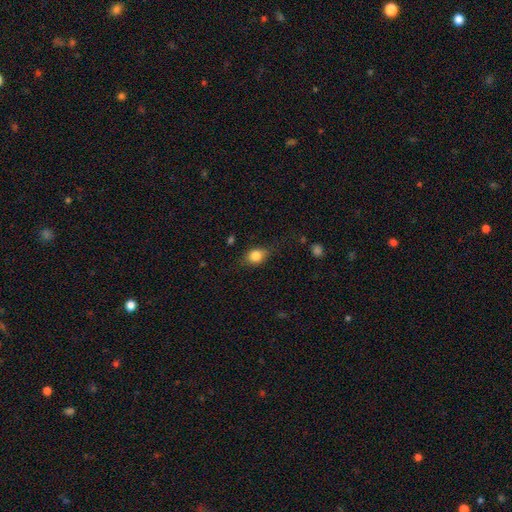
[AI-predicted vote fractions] Q: Smooth or featured?
A: smooth (80%); runner-up: featured or disk (11%)
Q: How rounded?
A: in between (64%); runner-up: round (34%)
Q: Merging?
A: none (74%); runner-up: minor disturbance (20%)